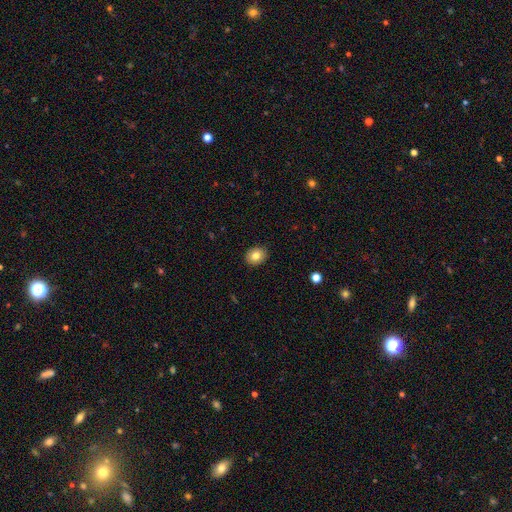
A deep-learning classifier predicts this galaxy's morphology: Smooth or featured? Predicted: smooth (p=0.82). How rounded? Predicted: round (p=0.53). Merging? Predicted: none (p=0.90).